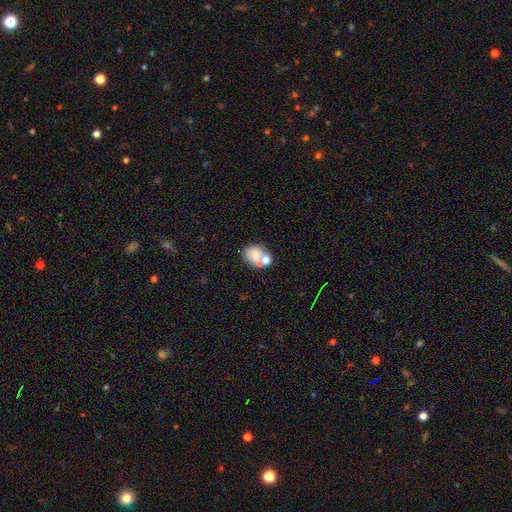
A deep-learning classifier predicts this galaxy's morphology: smooth_or_featured: smooth (p=0.67) [alt: featured or disk p=0.23]
how_rounded: in between (p=0.58) [alt: round p=0.41]
merging: none (p=0.45) [alt: merger p=0.33]